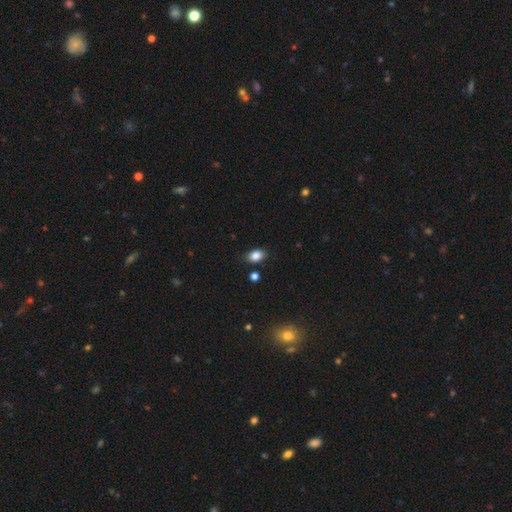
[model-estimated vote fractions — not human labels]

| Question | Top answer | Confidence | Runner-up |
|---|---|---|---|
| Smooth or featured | smooth | 84% | star or artifact (10%) |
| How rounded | in between | 84% | round (15%) |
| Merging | none | 83% | minor disturbance (12%) |